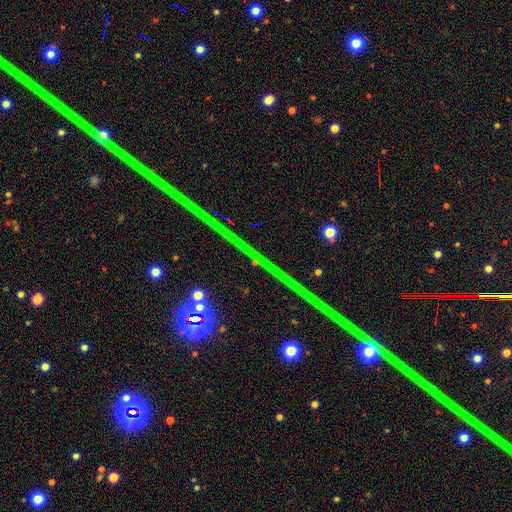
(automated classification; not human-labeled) Smooth or featured: star or artifact — 84% (featured or disk — 9%)